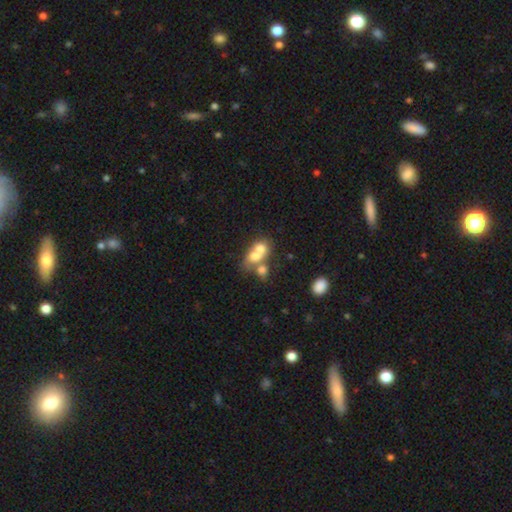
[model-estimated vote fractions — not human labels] Smooth or featured?
  - smooth: 65% *
  - featured or disk: 24%
  - star or artifact: 11%
How rounded?
  - round: 54% *
  - in between: 44%
  - cigar-shaped: 2%
Merging?
  - merger: 70% *
  - none: 19%
  - minor disturbance: 6%
  - major disturbance: 5%